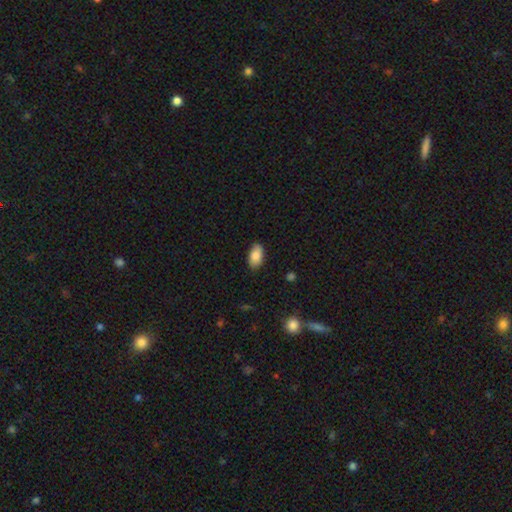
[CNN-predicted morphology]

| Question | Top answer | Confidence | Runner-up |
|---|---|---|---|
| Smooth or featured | smooth | 86% | featured or disk (7%) |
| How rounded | in between | 94% | round (4%) |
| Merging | none | 85% | minor disturbance (12%) |